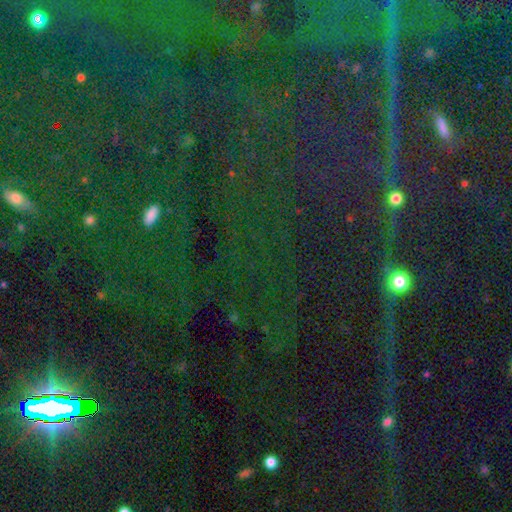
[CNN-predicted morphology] A star or artifact, not a galaxy (80%).

Vote fractions:
- Smooth or featured? star or artifact: 80% / smooth: 11% / featured or disk: 9%